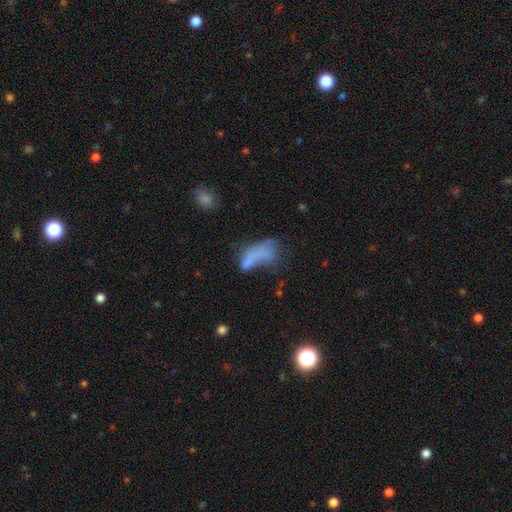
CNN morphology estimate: Smooth or featured?
  - smooth: 59% *
  - featured or disk: 25%
  - star or artifact: 16%
How rounded?
  - in between: 79% *
  - cigar-shaped: 15%
  - round: 6%
Merging?
  - major disturbance: 36% *
  - none: 25%
  - merger: 20%
  - minor disturbance: 19%